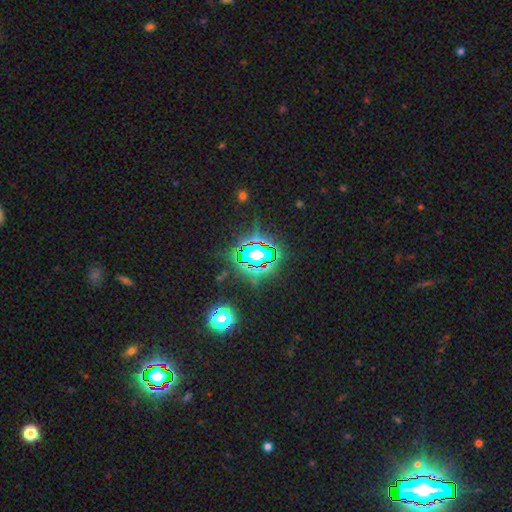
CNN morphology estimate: Smooth or featured? star or artifact (80%)